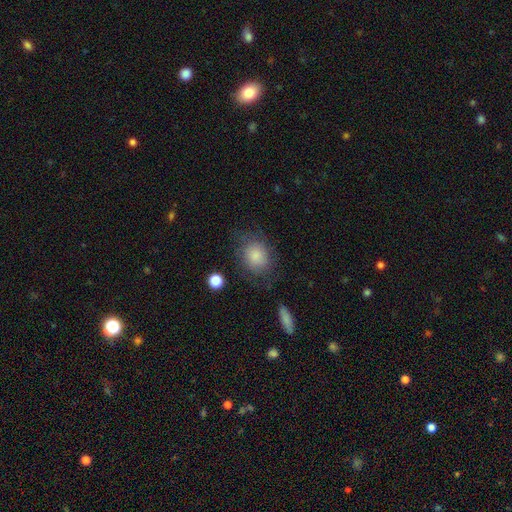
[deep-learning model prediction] Q: Smooth or featured?
A: smooth (81%); runner-up: featured or disk (11%)
Q: How rounded?
A: round (58%); runner-up: in between (41%)
Q: Merging?
A: none (68%); runner-up: minor disturbance (20%)